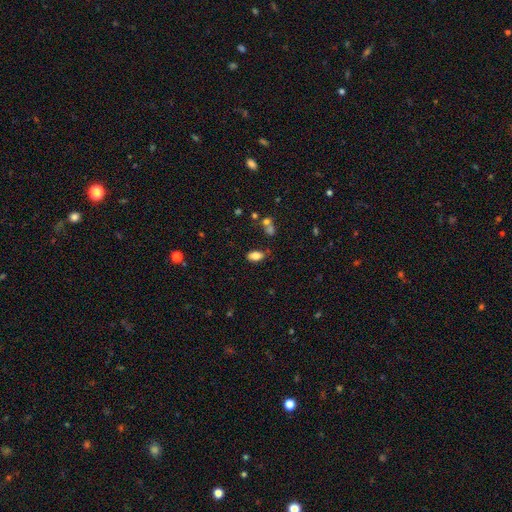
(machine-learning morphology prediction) Smooth or featured? Predicted: smooth (p=0.81). How rounded? Predicted: in between (p=0.91). Merging? Predicted: none (p=0.77).